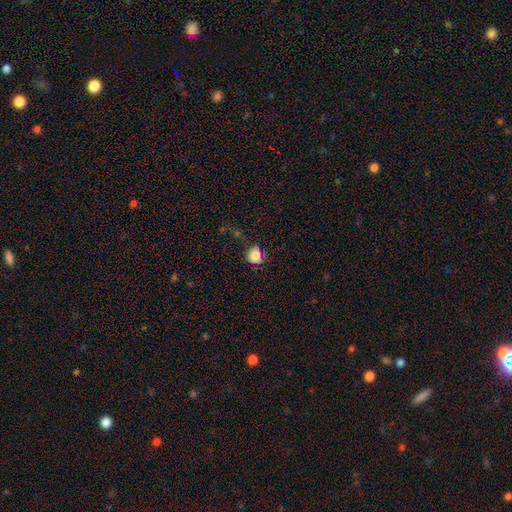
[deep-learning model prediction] A smooth galaxy with no disk features (83%) that is round (91%). Merging: none (84%).